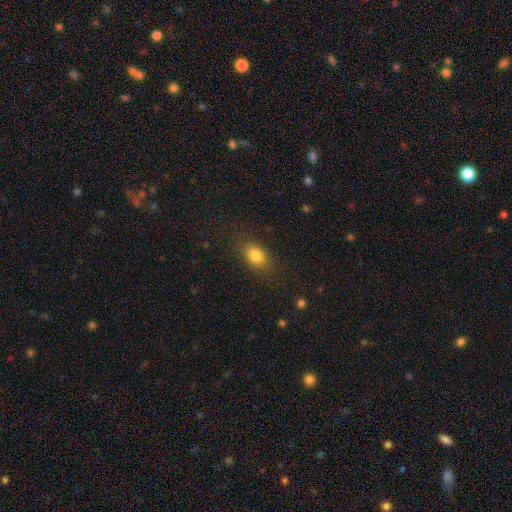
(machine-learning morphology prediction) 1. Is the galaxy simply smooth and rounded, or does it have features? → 82% smooth, 9% star or artifact, 8% featured or disk.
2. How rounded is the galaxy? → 81% in between, 16% round, 3% cigar-shaped.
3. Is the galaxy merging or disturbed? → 82% none, 12% minor disturbance, 4% major disturbance, 1% merger.